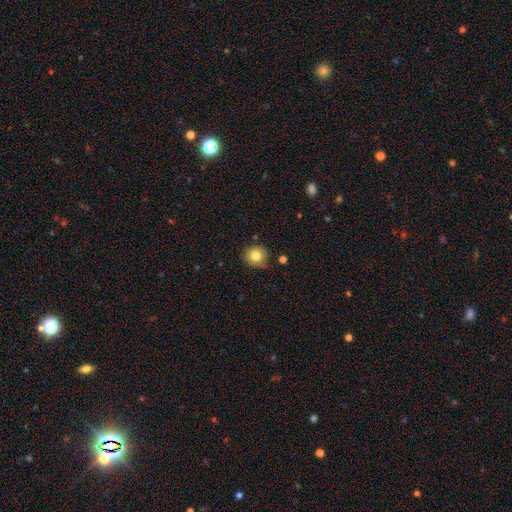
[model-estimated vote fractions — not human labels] A smooth galaxy with no disk features (80%) that is round (89%). Merging: none (79%).